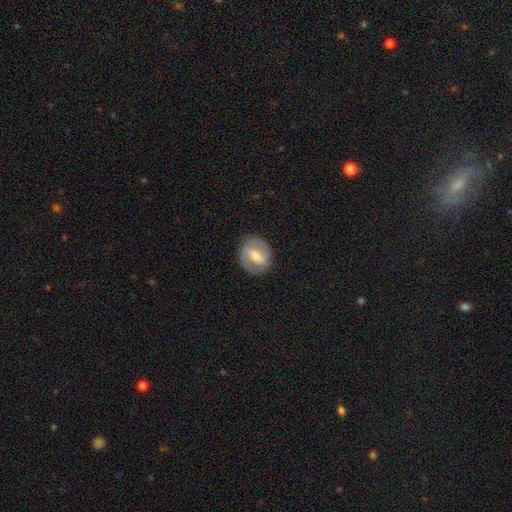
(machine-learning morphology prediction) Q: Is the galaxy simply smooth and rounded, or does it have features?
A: featured or disk — 69%.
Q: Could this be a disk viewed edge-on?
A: no — 95%.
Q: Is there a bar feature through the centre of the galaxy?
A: strong — 48%.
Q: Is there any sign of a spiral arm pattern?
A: yes — 71%.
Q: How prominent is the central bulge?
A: moderate — 63%.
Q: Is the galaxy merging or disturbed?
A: none — 84%.